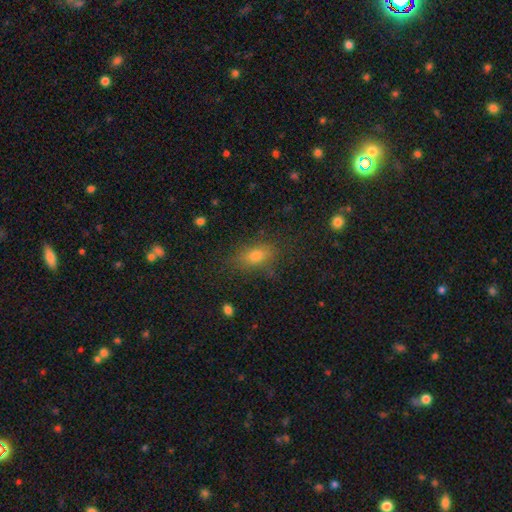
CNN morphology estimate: This appears to be a smooth galaxy with no disk features (71%) that is in between round and cigar-shaped (75%). Merging: none (76%).